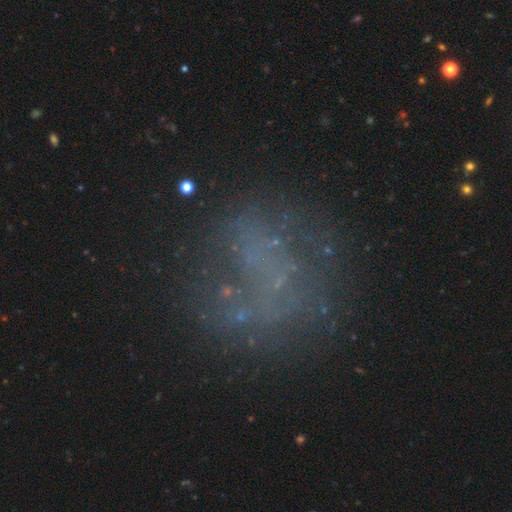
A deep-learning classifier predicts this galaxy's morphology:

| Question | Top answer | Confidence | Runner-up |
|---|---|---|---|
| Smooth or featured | featured or disk | 44% | star or artifact (29%) |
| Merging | none | 62% | major disturbance (18%) |